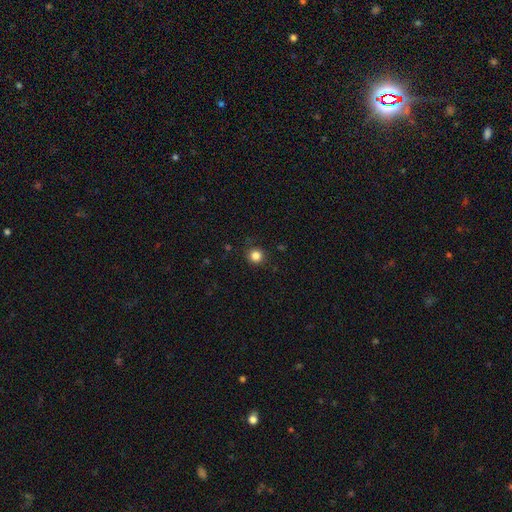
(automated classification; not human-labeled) smooth 84%, star or artifact 12%, featured or disk 4%. Down the decision tree: how rounded — round (93%); merging — none (87%).